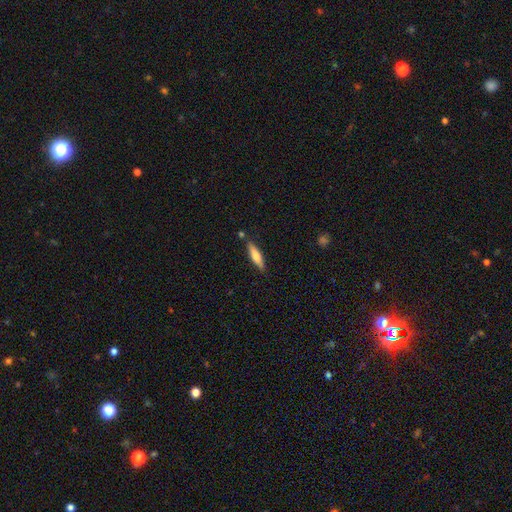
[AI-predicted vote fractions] Smooth or featured?
  - smooth: 65% *
  - featured or disk: 29%
  - star or artifact: 6%
How rounded?
  - cigar-shaped: 76% *
  - in between: 23%
  - round: 2%
Merging?
  - none: 81% *
  - minor disturbance: 12%
  - merger: 5%
  - major disturbance: 2%